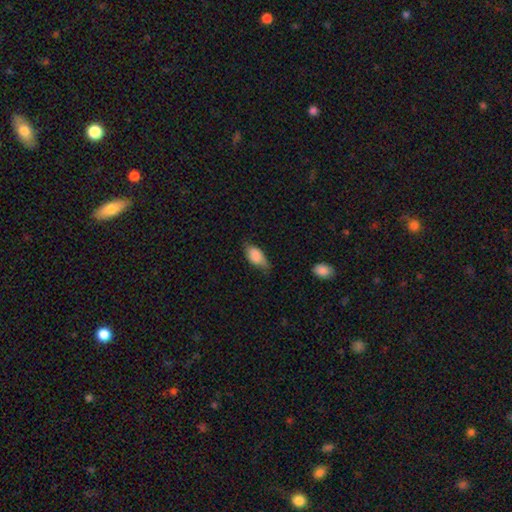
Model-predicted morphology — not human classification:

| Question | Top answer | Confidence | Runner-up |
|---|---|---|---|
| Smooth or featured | smooth | 84% | featured or disk (9%) |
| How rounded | in between | 90% | cigar-shaped (6%) |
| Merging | none | 55% | minor disturbance (34%) |